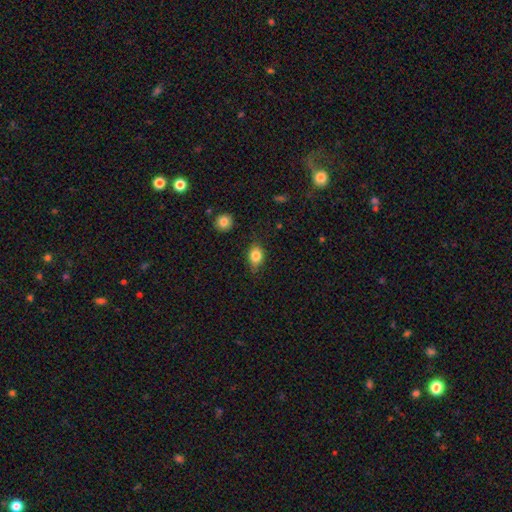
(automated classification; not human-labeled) smooth 82%, star or artifact 9%, featured or disk 9%. Down the decision tree: how rounded — in between (67%); merging — none (75%).